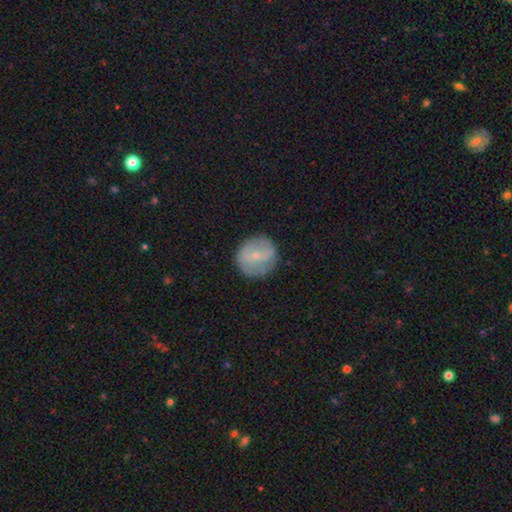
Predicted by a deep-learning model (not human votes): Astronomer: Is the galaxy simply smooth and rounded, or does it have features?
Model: smooth — 48% (runner-up: featured or disk, 43%).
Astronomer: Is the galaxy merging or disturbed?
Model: none — 81%.